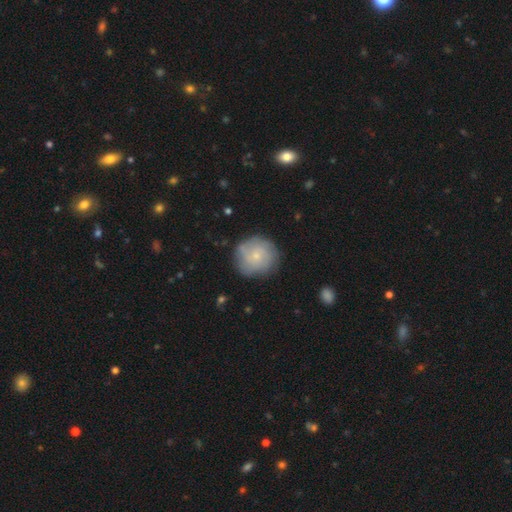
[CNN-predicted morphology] Smooth or featured? smooth (53%)
How rounded? round (91%)
Merging? none (77%)